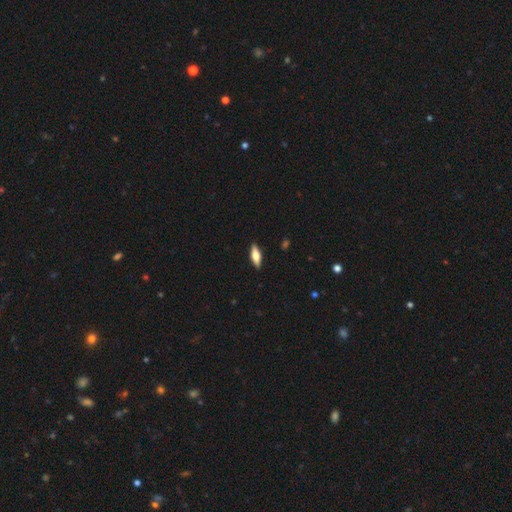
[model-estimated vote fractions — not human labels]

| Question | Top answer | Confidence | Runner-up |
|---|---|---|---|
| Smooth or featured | smooth | 57% | featured or disk (37%) |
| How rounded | in between | 58% | cigar-shaped (40%) |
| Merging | none | 90% | minor disturbance (8%) |